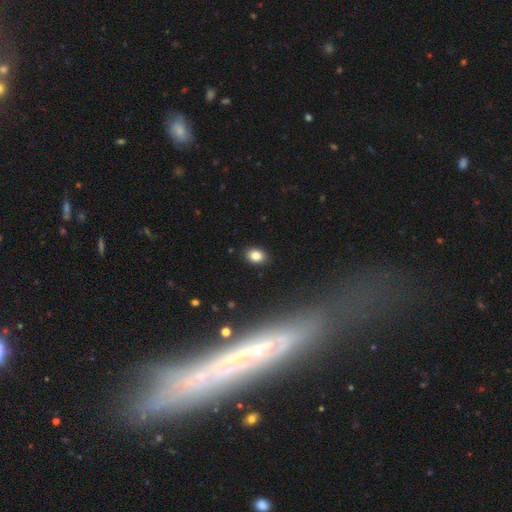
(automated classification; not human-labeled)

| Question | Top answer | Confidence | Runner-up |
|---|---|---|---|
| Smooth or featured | smooth | 82% | star or artifact (11%) |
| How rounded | in between | 74% | round (25%) |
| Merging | none | 89% | minor disturbance (8%) |